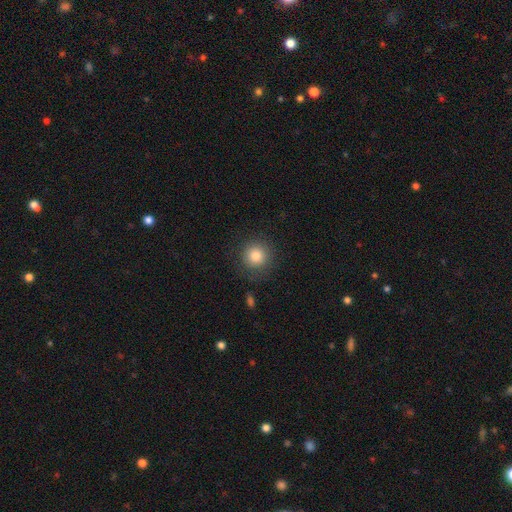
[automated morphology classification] A smooth galaxy with no disk features (84%) that is round (93%). Merging: none (84%).